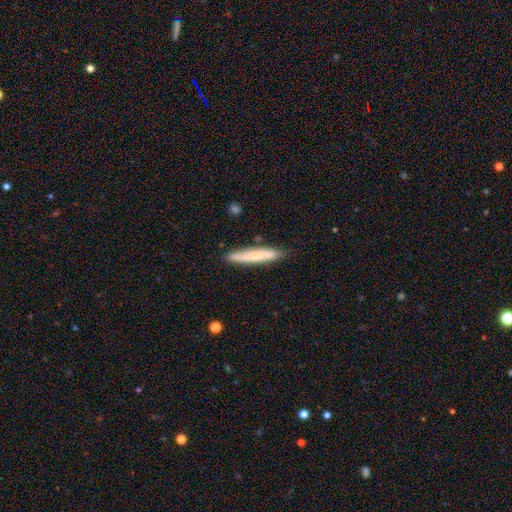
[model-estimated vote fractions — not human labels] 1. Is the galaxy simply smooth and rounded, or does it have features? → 67% smooth, 26% featured or disk, 6% star or artifact.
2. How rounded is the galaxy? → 94% cigar-shaped, 5% in between, 1% round.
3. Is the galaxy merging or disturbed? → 82% none, 13% minor disturbance, 2% merger, 2% major disturbance.